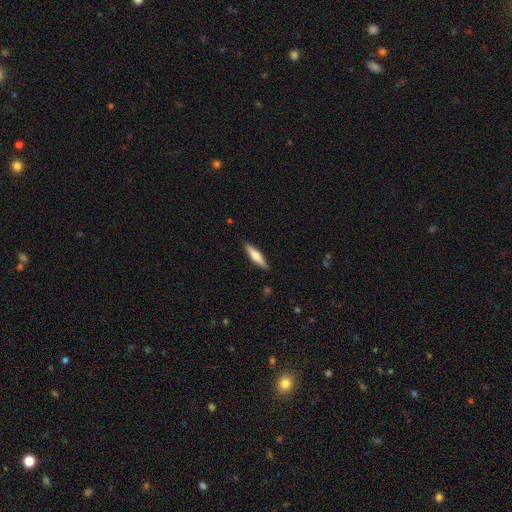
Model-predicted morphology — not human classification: A smooth galaxy with no disk features (55%) that is cigar-shaped (82%).

Vote fractions:
- Smooth or featured? smooth: 55% / featured or disk: 40% / star or artifact: 5%
- How rounded? cigar-shaped: 82% / in between: 17% / round: 2%
- Merging? none: 90% / minor disturbance: 8% / major disturbance: 2% / merger: 1%